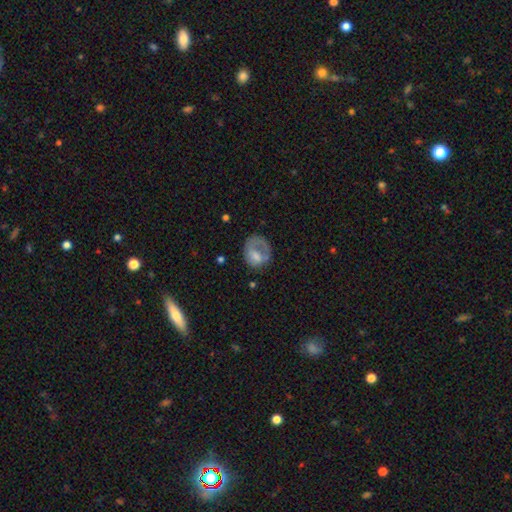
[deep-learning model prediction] Q: Smooth or featured?
A: smooth (56%); runner-up: featured or disk (35%)
Q: How rounded?
A: round (55%); runner-up: in between (44%)
Q: Merging?
A: none (37%); runner-up: major disturbance (36%)